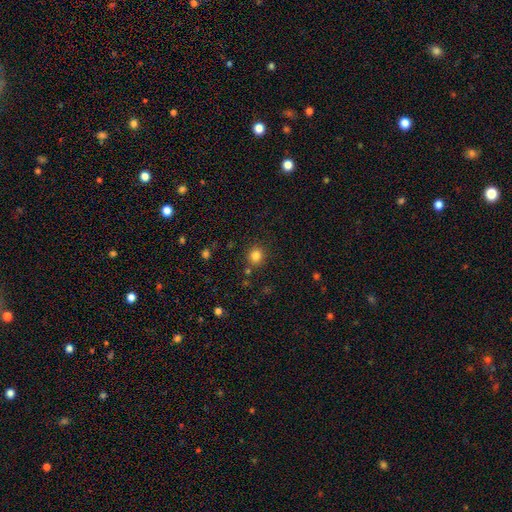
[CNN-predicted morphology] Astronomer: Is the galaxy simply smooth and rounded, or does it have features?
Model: smooth — 83%.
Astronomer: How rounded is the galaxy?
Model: round — 86%.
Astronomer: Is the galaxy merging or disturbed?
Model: none — 84%.